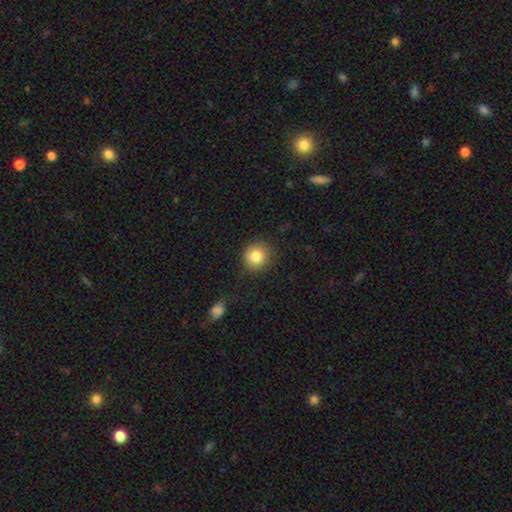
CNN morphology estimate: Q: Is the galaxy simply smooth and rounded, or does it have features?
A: smooth — 83%.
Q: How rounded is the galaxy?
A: round — 90%.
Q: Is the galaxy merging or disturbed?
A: none — 85%.